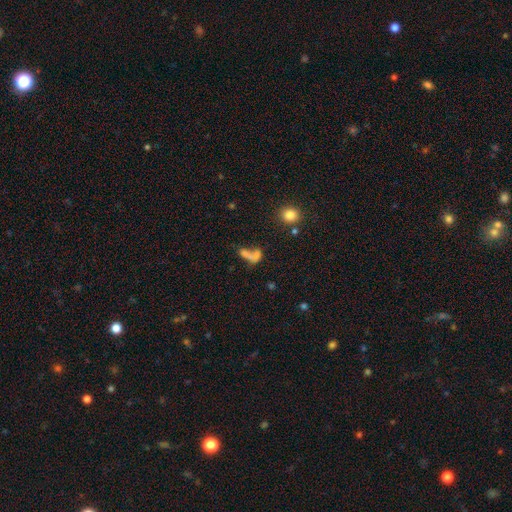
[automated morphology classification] Smooth or featured? Predicted: smooth (p=0.60). How rounded? Predicted: in between (p=0.55). Merging? Predicted: merger (p=0.41).